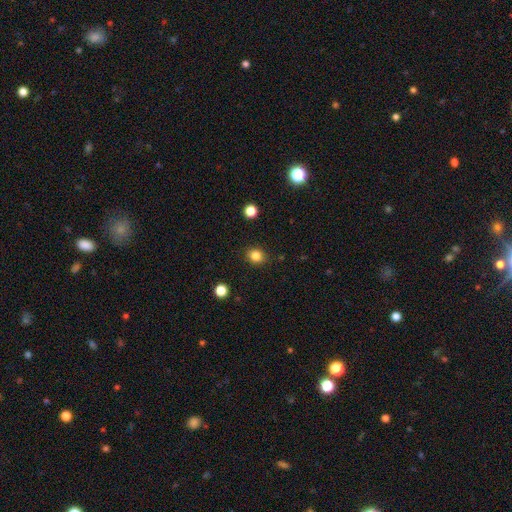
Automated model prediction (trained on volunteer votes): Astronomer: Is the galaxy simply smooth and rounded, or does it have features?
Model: smooth — 83%.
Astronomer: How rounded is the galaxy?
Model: round — 73%.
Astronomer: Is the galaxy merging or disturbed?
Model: none — 88%.